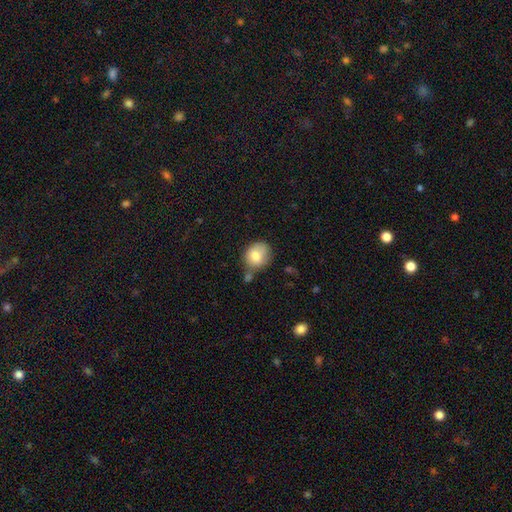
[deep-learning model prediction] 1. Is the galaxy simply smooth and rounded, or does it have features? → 80% smooth, 12% featured or disk, 8% star or artifact.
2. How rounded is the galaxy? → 67% round, 32% in between, 1% cigar-shaped.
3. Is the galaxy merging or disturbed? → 54% none, 25% minor disturbance, 14% merger, 7% major disturbance.